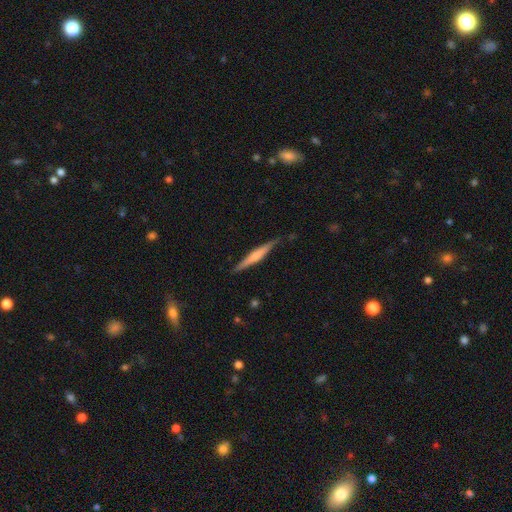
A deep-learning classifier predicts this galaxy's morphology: type=featured or disk (55%); edge-on=yes (97%); edge-on bulge=rounded (54%); merging=none (84%).